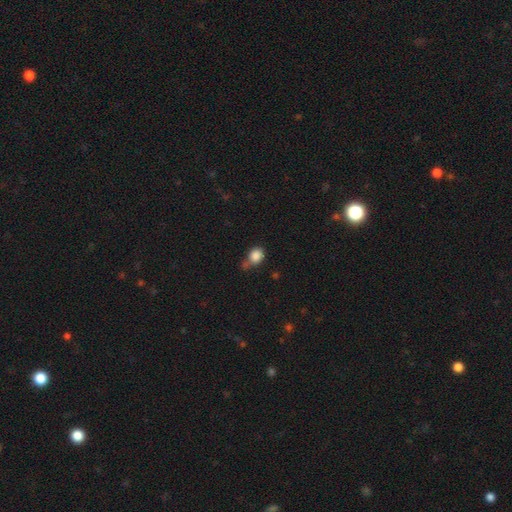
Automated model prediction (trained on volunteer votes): smooth 86%, star or artifact 10%, featured or disk 5%. Down the decision tree: how rounded — round (62%); merging — none (48%).